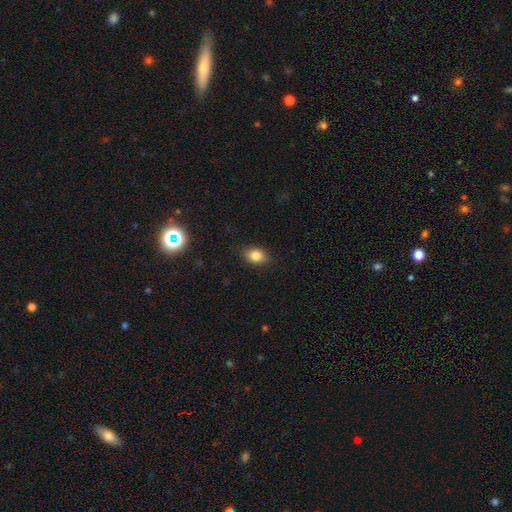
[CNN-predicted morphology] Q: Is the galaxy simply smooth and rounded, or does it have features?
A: smooth — 82%.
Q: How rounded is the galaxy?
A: in between — 76%.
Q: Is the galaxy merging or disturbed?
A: none — 87%.